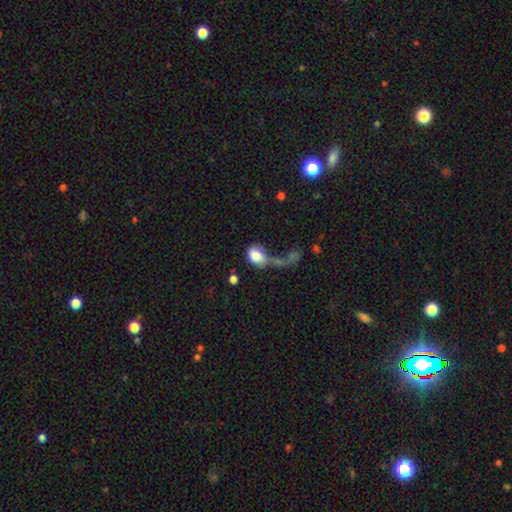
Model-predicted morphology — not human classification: Q: Smooth or featured?
A: smooth (76%); runner-up: featured or disk (16%)
Q: How rounded?
A: in between (70%); runner-up: round (28%)
Q: Merging?
A: major disturbance (41%); runner-up: merger (33%)